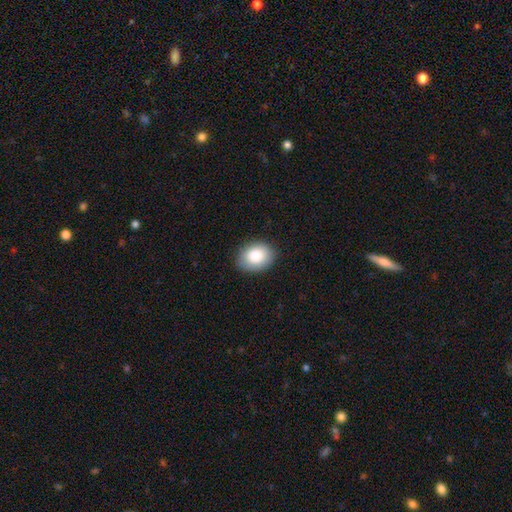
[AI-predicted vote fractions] Smooth or featured? smooth (85%)
How rounded? in between (65%)
Merging? none (86%)